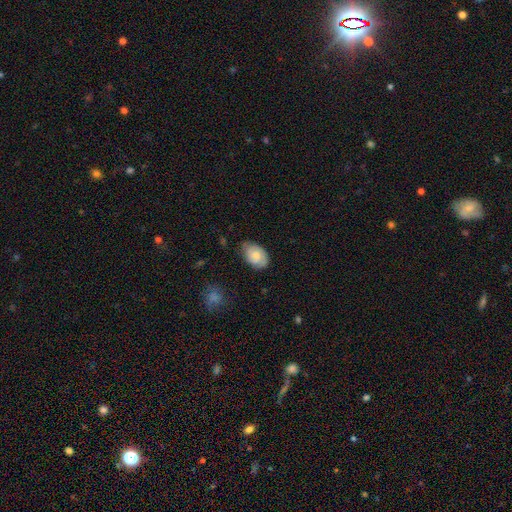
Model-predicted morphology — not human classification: Smooth or featured? Predicted: smooth (p=0.56). How rounded? Predicted: in between (p=0.86). Merging? Predicted: none (p=0.70).